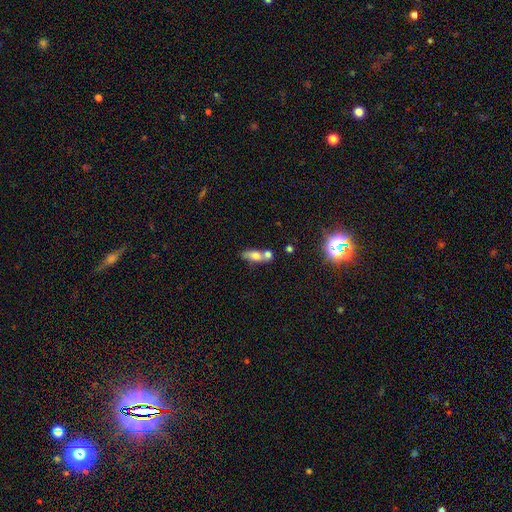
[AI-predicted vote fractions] Smooth or featured? smooth (65%)
How rounded? in between (68%)
Merging? merger (43%)